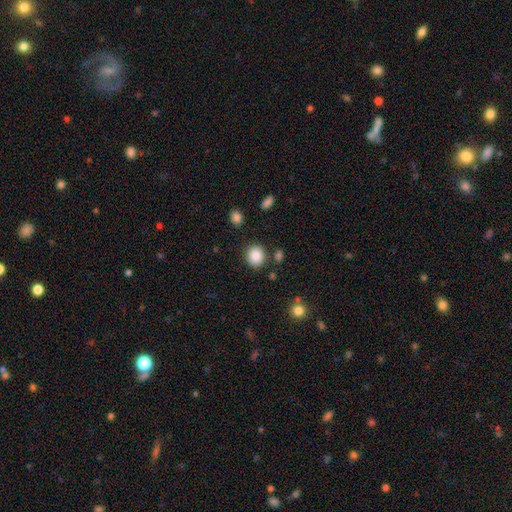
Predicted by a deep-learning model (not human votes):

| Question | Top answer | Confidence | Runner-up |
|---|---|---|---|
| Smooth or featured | smooth | 87% | star or artifact (9%) |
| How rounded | round | 79% | in between (20%) |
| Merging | none | 84% | minor disturbance (9%) |